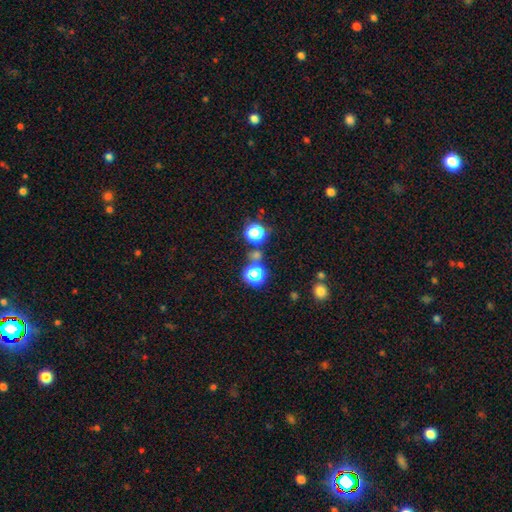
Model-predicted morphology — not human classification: Overall: smooth (48%; star or artifact 44%). Merging: none (71%).